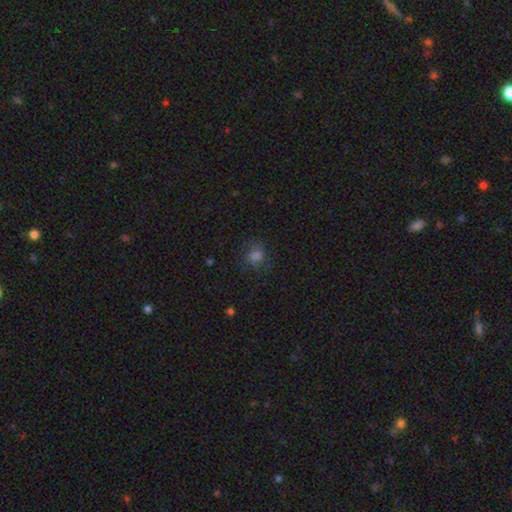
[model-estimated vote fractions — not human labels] The model was most divided on "how rounded": round: 63%, in between: 36%, cigar-shaped: 1%. More confident: merging — none (68%); smooth or featured — smooth (67%).